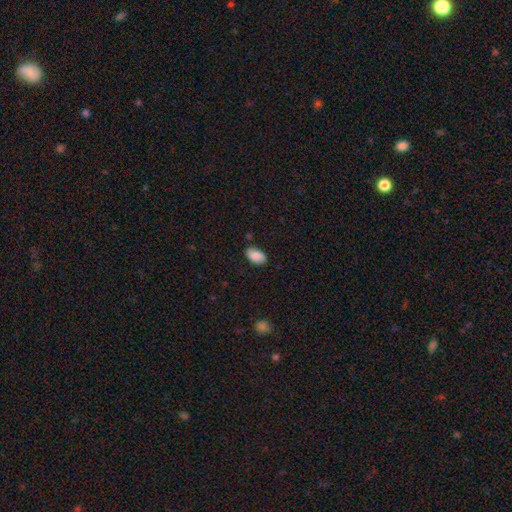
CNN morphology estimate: This is clearly a smooth galaxy (85%). How rounded: clearly in between (94%). Merging: likely none (79%).